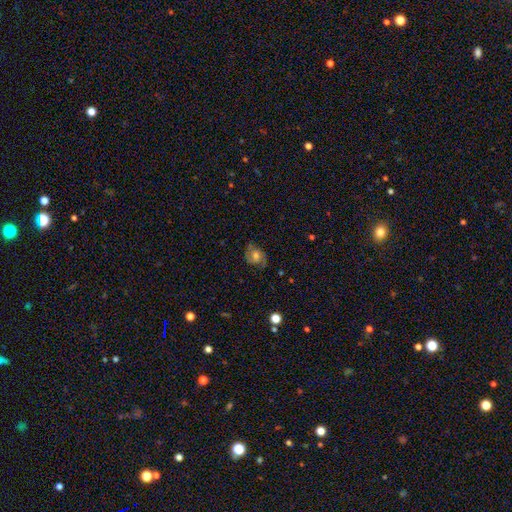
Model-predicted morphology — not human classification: smooth-or-featured: featured or disk: 65% | smooth: 25% | star or artifact: 10%
  disk-edge-on: no: 97% | yes: 3%
    bar: no: 66% | weak: 28% | strong: 5%
    has-spiral-arms: yes: 91% | no: 9%
      spiral-winding: medium: 46% | tight: 36% | loose: 18%
      spiral-arm-count: 2: 81% | can't tell: 10% | 1: 3% | 3: 3% | 4: 1% | more than 4: 1%
    bulge-size: moderate: 60% | small: 28% | large: 7% | none: 3% | dominant: 1%
  merging: none: 74% | minor disturbance: 18% | major disturbance: 7% | merger: 1%